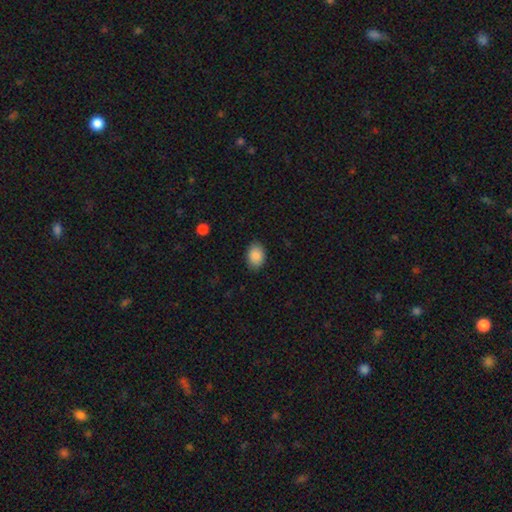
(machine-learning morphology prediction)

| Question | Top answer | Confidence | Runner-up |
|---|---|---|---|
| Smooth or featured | smooth | 88% | star or artifact (7%) |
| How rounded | in between | 78% | round (21%) |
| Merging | none | 85% | minor disturbance (12%) |